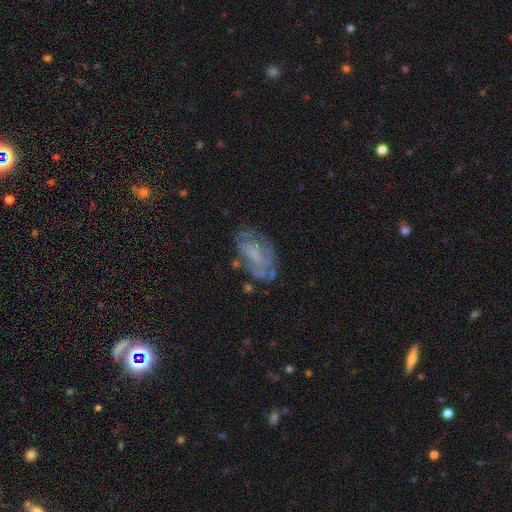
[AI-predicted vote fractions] The model was most divided on "spiral arms" (2-way tie): yes: 50%, no: 50%. Remaining: edge-on disk — no (94%); merging — none (56%); bar — no (56%); smooth or featured — featured or disk (55%); bulge size — small (34%).